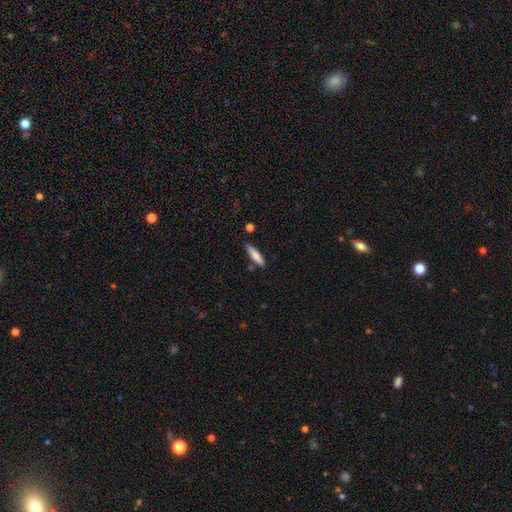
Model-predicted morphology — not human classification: Overall: smooth (80%). How rounded: cigar-shaped (80%). Merging: none (83%).